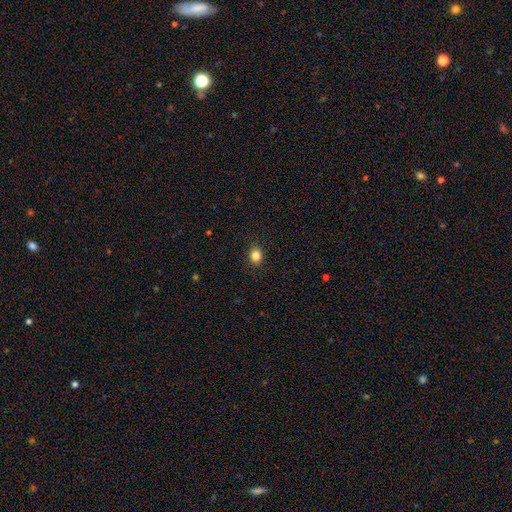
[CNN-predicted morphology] Smooth or featured?
  - smooth: 84% *
  - star or artifact: 11%
  - featured or disk: 5%
How rounded?
  - round: 60% *
  - in between: 39%
  - cigar-shaped: 1%
Merging?
  - none: 89% *
  - minor disturbance: 8%
  - major disturbance: 2%
  - merger: 1%